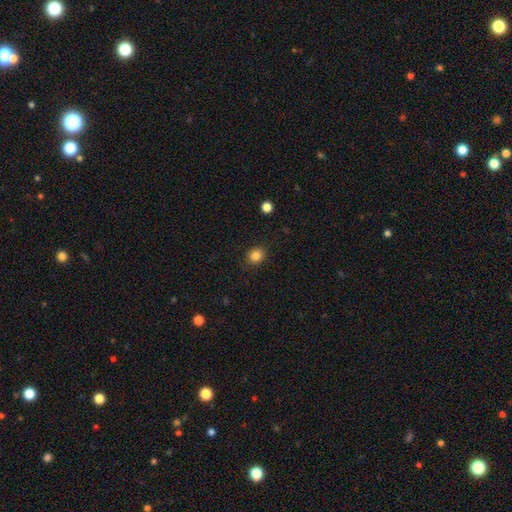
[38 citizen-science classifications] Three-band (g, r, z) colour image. It shows a smooth galaxy with no disk features (95%) that is round (92%). Merging: none (84%).